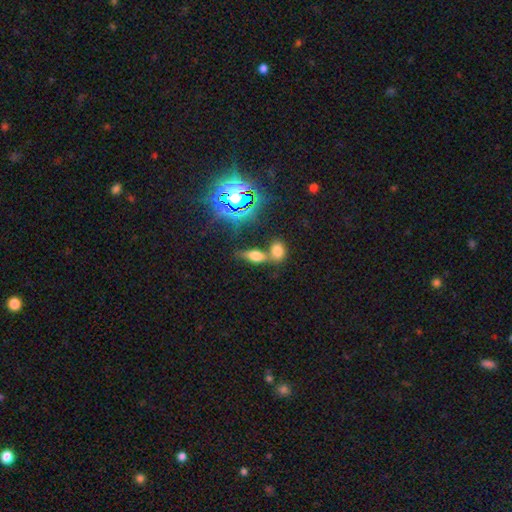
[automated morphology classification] Smooth or featured? Predicted: smooth (p=0.59). How rounded? Predicted: in between (p=0.74). Merging? Predicted: merger (p=0.42, tied with none).